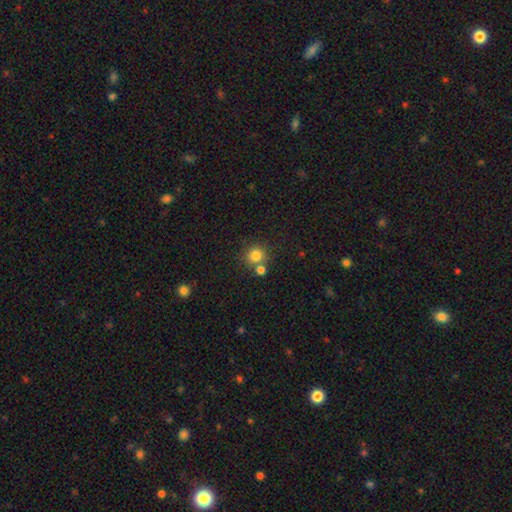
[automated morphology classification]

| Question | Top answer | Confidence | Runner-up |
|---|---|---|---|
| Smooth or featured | smooth | 81% | star or artifact (12%) |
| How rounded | round | 90% | in between (9%) |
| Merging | none | 65% | merger (24%) |